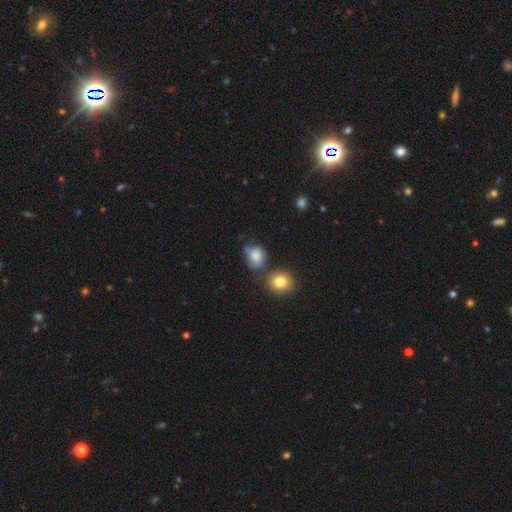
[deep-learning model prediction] A smooth galaxy with no disk features (77%) that is round (67%).

Vote fractions:
- Smooth or featured? smooth: 77% / featured or disk: 13% / star or artifact: 10%
- How rounded? round: 67% / in between: 32% / cigar-shaped: 1%
- Merging? none: 52% / minor disturbance: 24% / merger: 14% / major disturbance: 10%